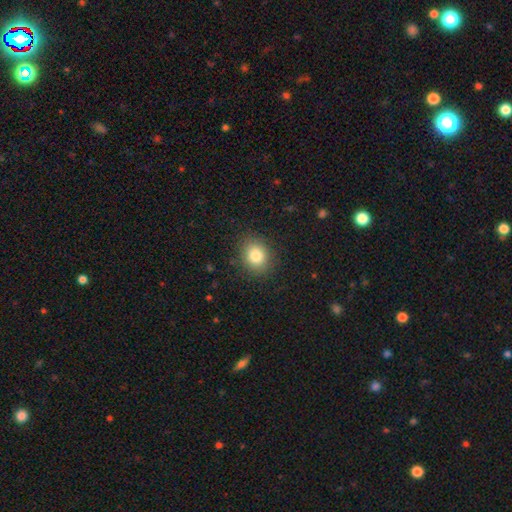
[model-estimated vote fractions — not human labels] smooth-or-featured: smooth: 82% | star or artifact: 10% | featured or disk: 7%
  how-rounded: round: 64% | in between: 35% | cigar-shaped: 1%
  merging: none: 87% | minor disturbance: 9% | major disturbance: 3% | merger: 1%